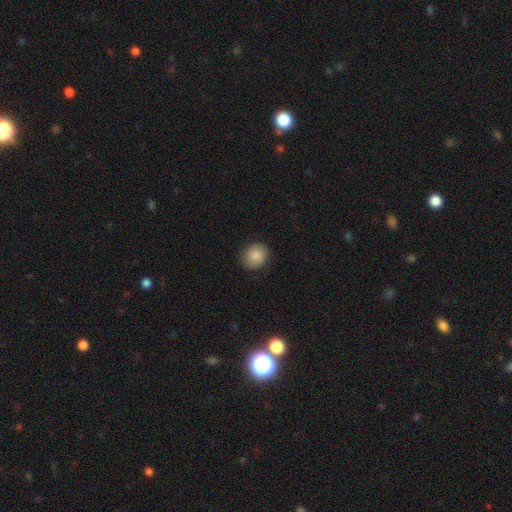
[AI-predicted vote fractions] A smooth galaxy with no disk features (86%) that is round (68%).

Vote fractions:
- Smooth or featured? smooth: 86% / star or artifact: 7% / featured or disk: 7%
- How rounded? round: 68% / in between: 31% / cigar-shaped: 1%
- Merging? none: 84% / minor disturbance: 12% / major disturbance: 3% / merger: 1%